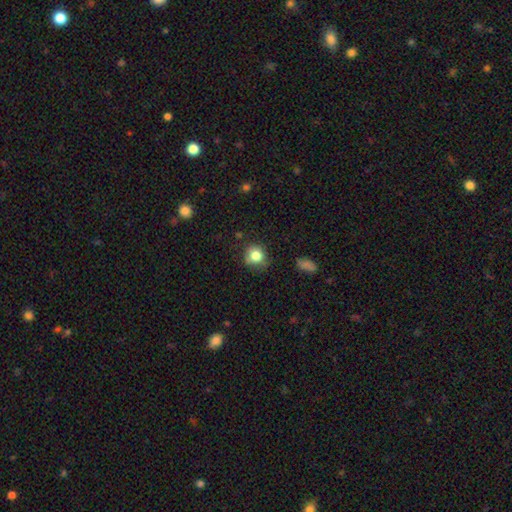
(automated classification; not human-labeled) A smooth galaxy with no disk features (80%) that is round (82%). Merging: none (71%).